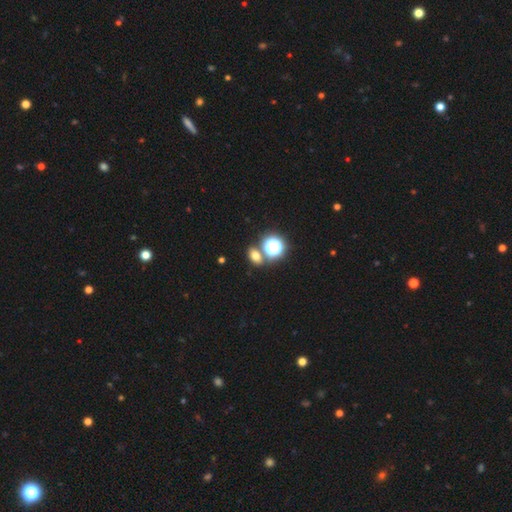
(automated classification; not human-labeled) A smooth galaxy with no disk features (68%) that is in between round and cigar-shaped (64%). Merging: none (72%).